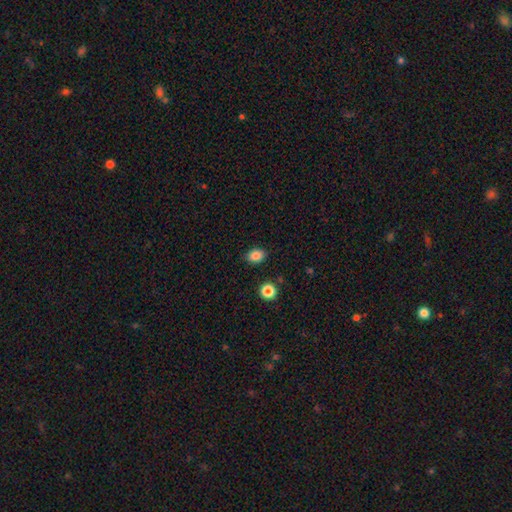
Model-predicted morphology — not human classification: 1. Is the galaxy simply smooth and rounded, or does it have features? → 85% smooth, 10% star or artifact, 5% featured or disk.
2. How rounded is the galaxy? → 70% in between, 29% round, 1% cigar-shaped.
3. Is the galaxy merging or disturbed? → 87% none, 9% minor disturbance, 2% major disturbance, 2% merger.